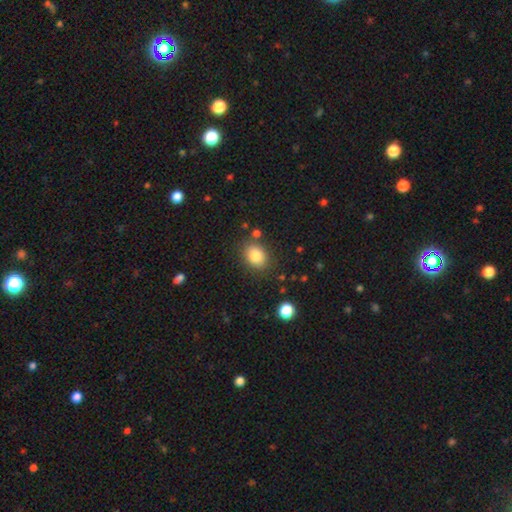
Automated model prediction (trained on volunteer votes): smooth-or-featured: smooth: 84% | star or artifact: 9% | featured or disk: 6%
  how-rounded: in between: 59% | round: 40% | cigar-shaped: 1%
  merging: none: 81% | minor disturbance: 11% | merger: 4% | major disturbance: 3%